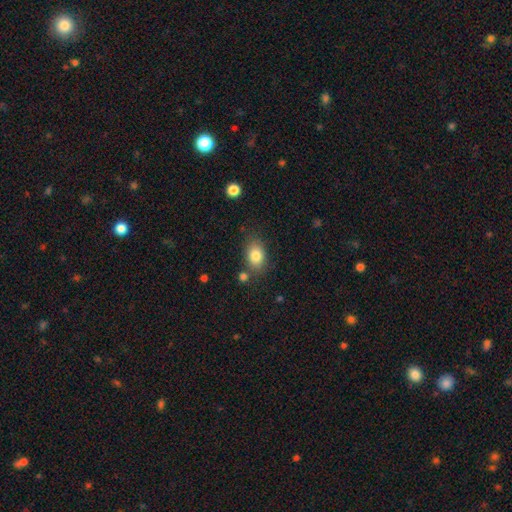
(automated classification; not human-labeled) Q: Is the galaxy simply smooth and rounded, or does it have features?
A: smooth — 82%.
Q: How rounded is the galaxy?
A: in between — 79%.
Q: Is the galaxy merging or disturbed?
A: none — 74%.